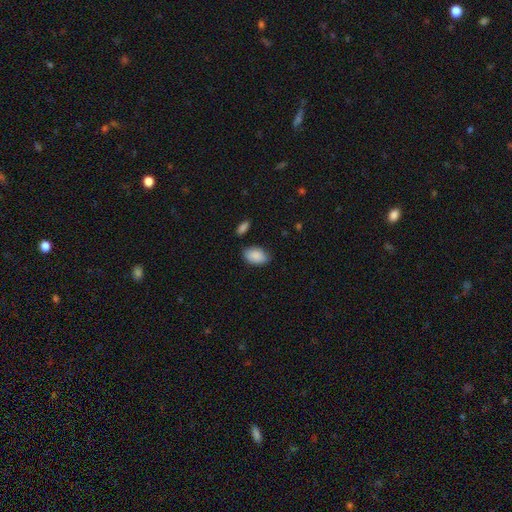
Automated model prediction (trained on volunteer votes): Overall: smooth (89%). How rounded: in between (91%). Merging: none (73%).